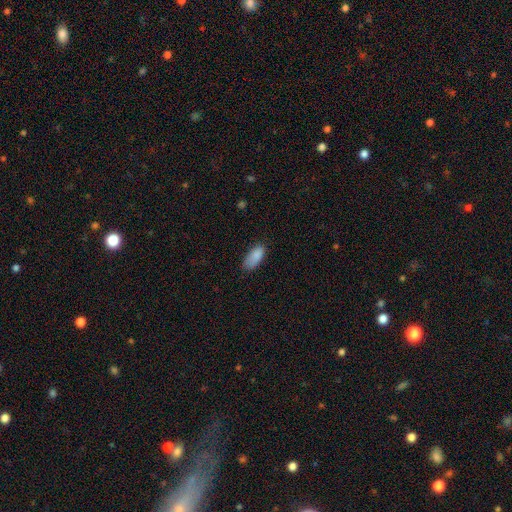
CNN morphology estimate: Smooth or featured? Predicted: smooth (p=0.87). How rounded? Predicted: in between (p=0.87). Merging? Predicted: none (p=0.68).